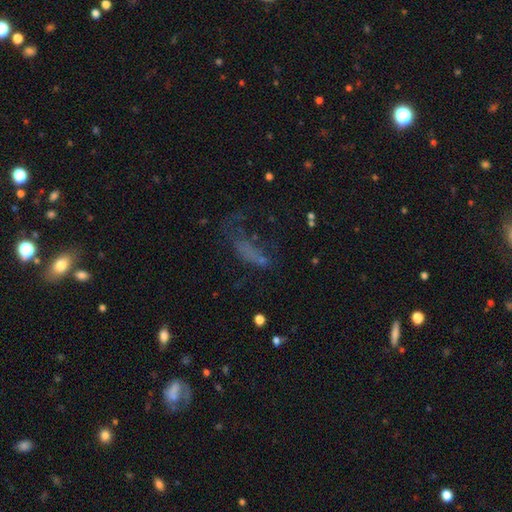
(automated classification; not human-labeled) Smooth or featured?
  - smooth: 44% *
  - featured or disk: 28%
  - star or artifact: 28%
Merging?
  - major disturbance: 42% *
  - none: 33%
  - minor disturbance: 19%
  - merger: 6%